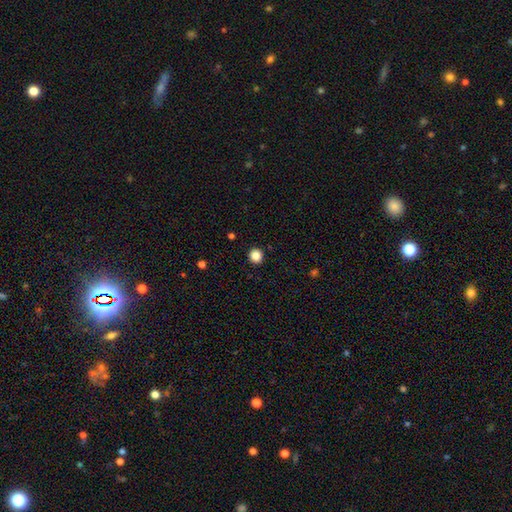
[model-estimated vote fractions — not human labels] Overall: smooth (86%). How rounded: round (94%). Merging: none (93%).